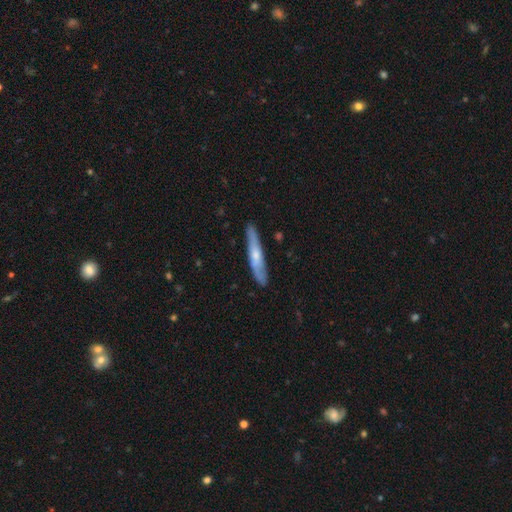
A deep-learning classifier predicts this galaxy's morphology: Overall: smooth (49%; featured or disk 45%). Merging: none (85%).